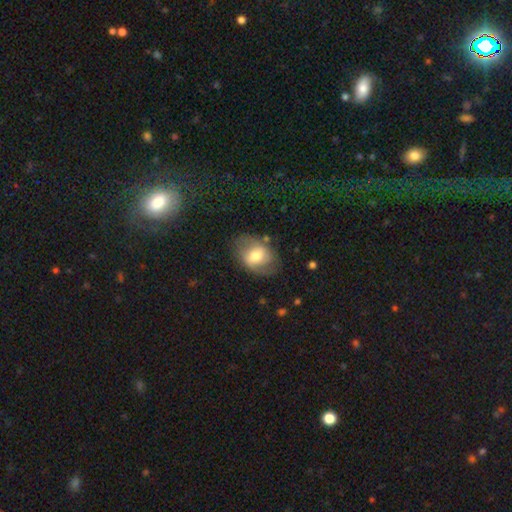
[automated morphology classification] smooth 54%, featured or disk 38%, star or artifact 8%. Down the decision tree: how rounded — in between (76%); merging — none (67%).